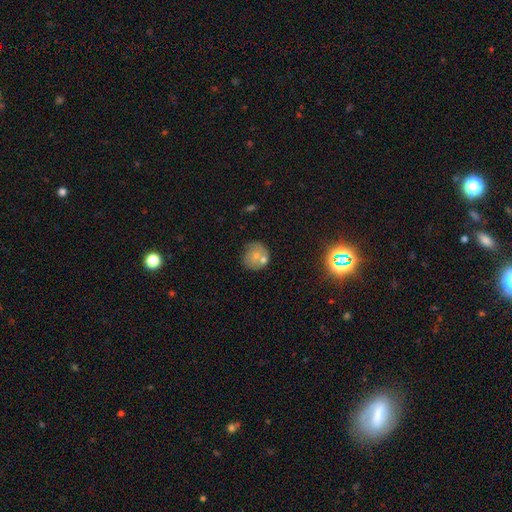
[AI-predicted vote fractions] This appears to be a smooth galaxy with no disk features (61%) that is round (84%). Merging: none (54%).